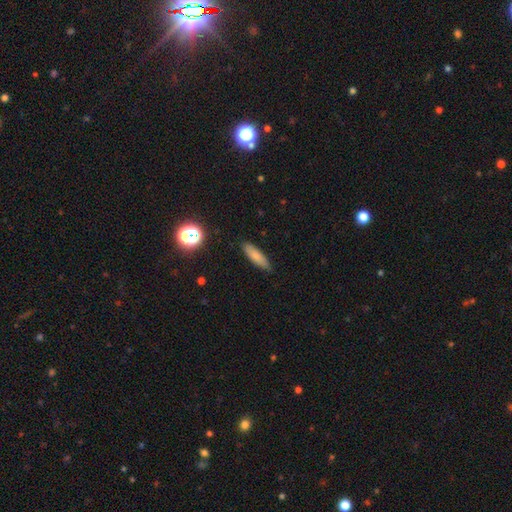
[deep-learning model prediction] Smooth or featured?
  - smooth: 78% *
  - featured or disk: 13%
  - star or artifact: 9%
How rounded?
  - cigar-shaped: 60% *
  - in between: 38%
  - round: 2%
Merging?
  - none: 86% *
  - minor disturbance: 11%
  - major disturbance: 2%
  - merger: 1%